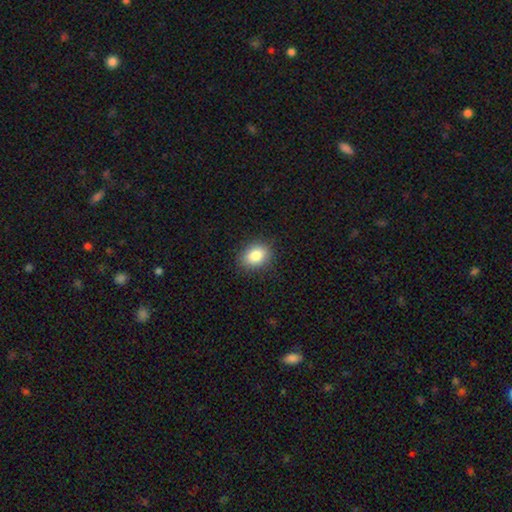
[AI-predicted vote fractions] This is clearly a smooth galaxy (83%). How rounded: likely in between (62%). Merging: clearly none (87%).